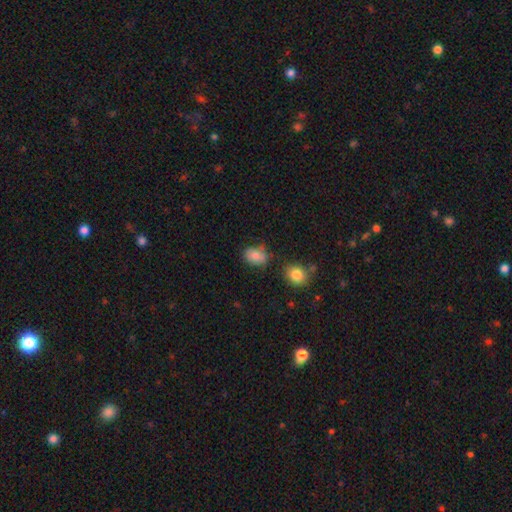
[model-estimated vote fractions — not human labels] Smooth or featured?
  - smooth: 81% *
  - star or artifact: 10%
  - featured or disk: 10%
How rounded?
  - in between: 67% *
  - round: 32%
  - cigar-shaped: 1%
Merging?
  - none: 65% *
  - minor disturbance: 23%
  - merger: 7%
  - major disturbance: 5%